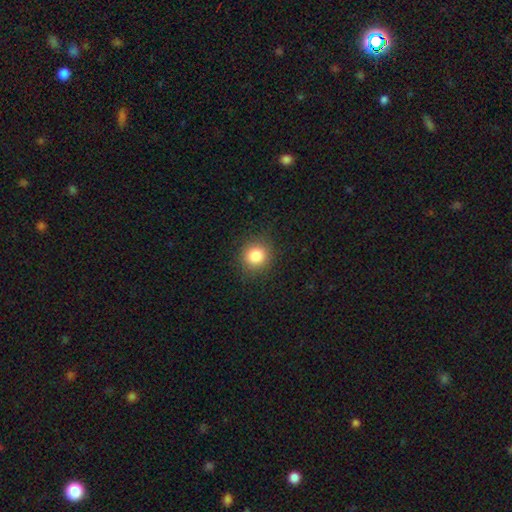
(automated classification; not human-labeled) Smooth or featured? Predicted: smooth (p=0.83). How rounded? Predicted: round (p=0.88). Merging? Predicted: none (p=0.88).